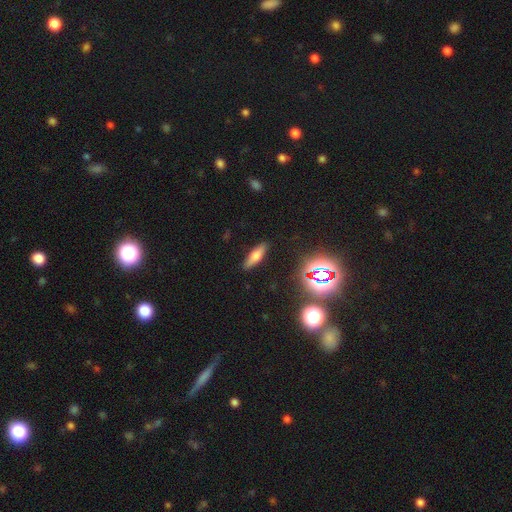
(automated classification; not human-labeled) A smooth galaxy with no disk features (59%) that is cigar-shaped (50%). Merging: none (87%).